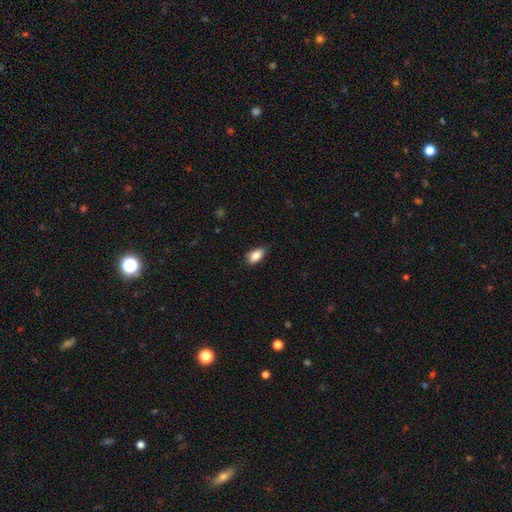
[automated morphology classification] Smooth or featured? Predicted: smooth (p=0.86). How rounded? Predicted: in between (p=0.90). Merging? Predicted: none (p=0.78).